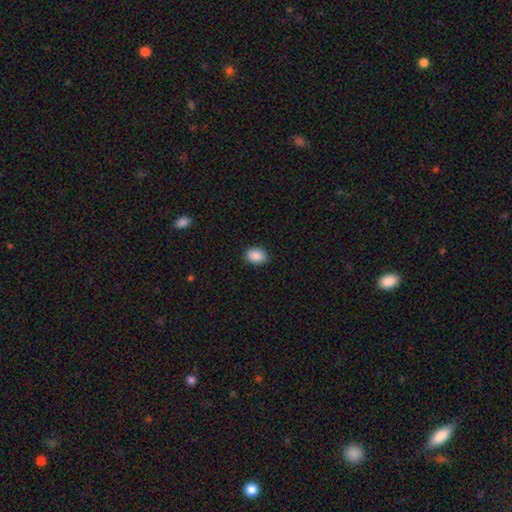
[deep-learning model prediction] This is clearly a smooth galaxy (90%). How rounded: likely in between (78%). Merging: clearly none (88%).